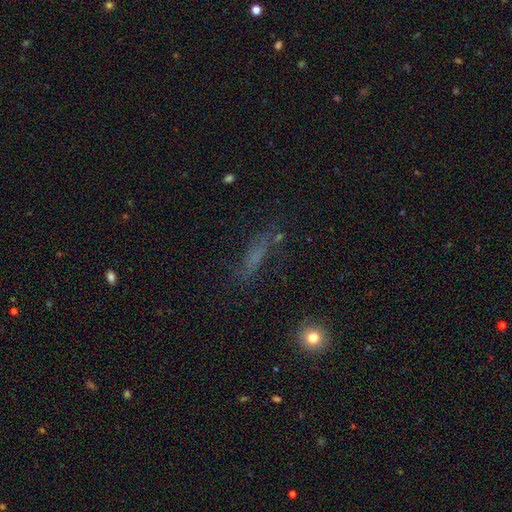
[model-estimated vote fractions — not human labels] smooth-or-featured: smooth: 43% | featured or disk: 32% | star or artifact: 25%
  merging: none: 65% | minor disturbance: 19% | major disturbance: 13% | merger: 4%